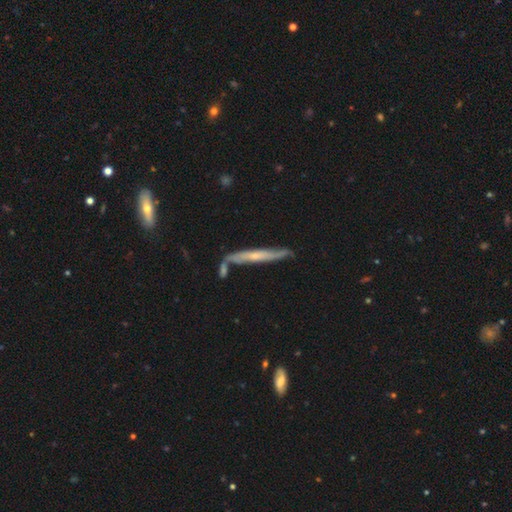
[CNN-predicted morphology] Overall: featured or disk (60%; smooth 34%). Edge-on disk: yes (87%). Edge-on bulge: none (50%; rounded 44%). Merging: none (70%).